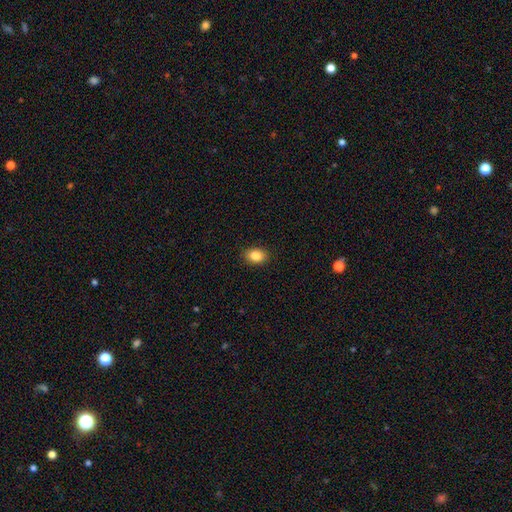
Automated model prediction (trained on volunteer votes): smooth 86%, star or artifact 9%, featured or disk 5%. Down the decision tree: how rounded — in between (74%); merging — none (89%).